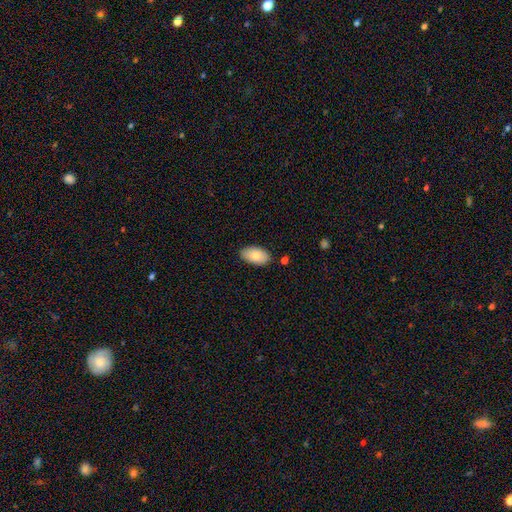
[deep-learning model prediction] This appears to be a smooth galaxy with no disk features (82%) that is in between round and cigar-shaped (95%). Merging: none (85%).